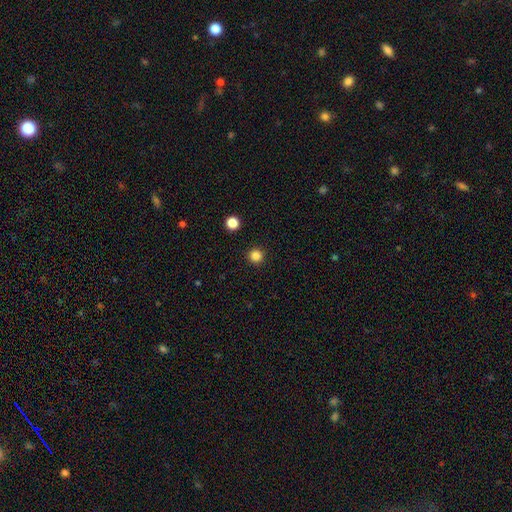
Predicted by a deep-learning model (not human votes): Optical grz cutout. It shows a smooth galaxy with no disk features (83%) that is round (96%). Merging: none (93%).